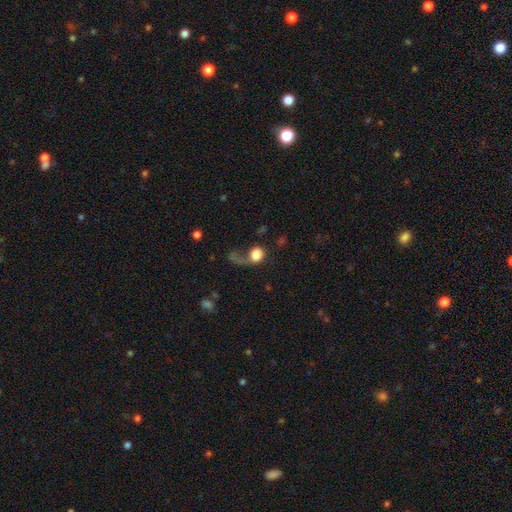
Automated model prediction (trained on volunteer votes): A smooth galaxy with no disk features (73%) that is round (69%).

Vote fractions:
- Smooth or featured? smooth: 73% / featured or disk: 18% / star or artifact: 9%
- How rounded? round: 69% / in between: 29% / cigar-shaped: 2%
- Merging? major disturbance: 50% / none: 26% / minor disturbance: 15% / merger: 9%